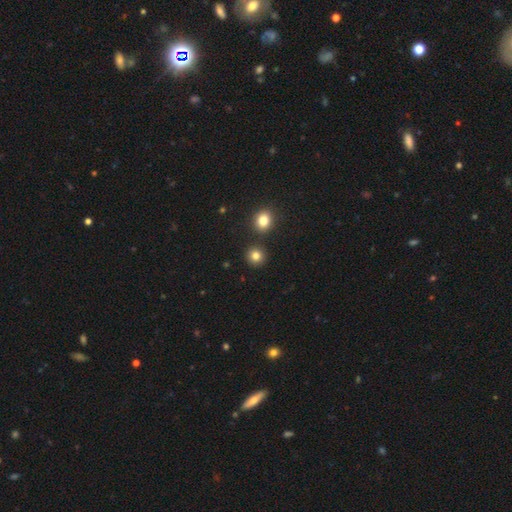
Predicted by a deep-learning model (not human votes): A smooth galaxy with no disk features (82%) that is round (91%).

Vote fractions:
- Smooth or featured? smooth: 82% / star or artifact: 13% / featured or disk: 6%
- How rounded? round: 91% / in between: 8% / cigar-shaped: 1%
- Merging? none: 87% / minor disturbance: 6% / merger: 5% / major disturbance: 2%